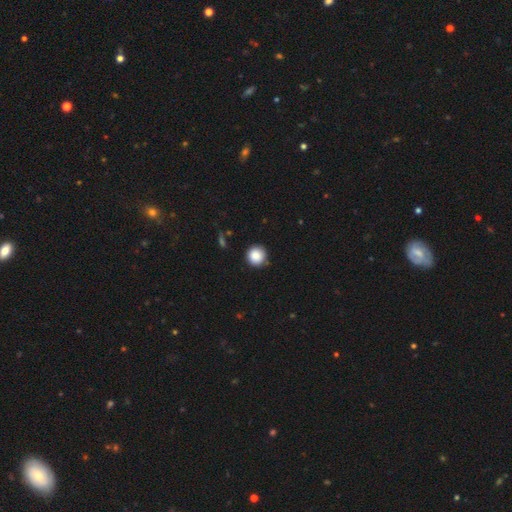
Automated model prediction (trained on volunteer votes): Smooth or featured? smooth (87%)
How rounded? round (95%)
Merging? none (86%)